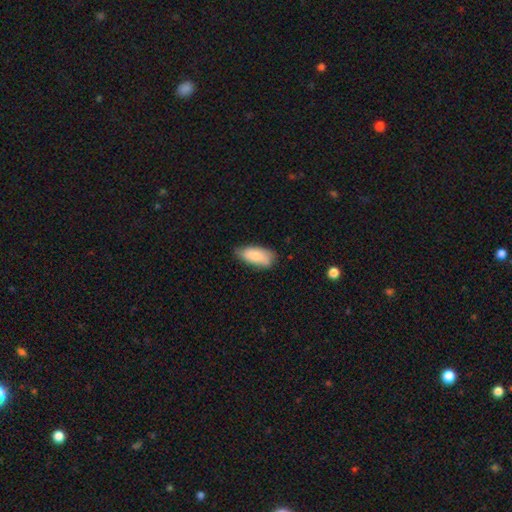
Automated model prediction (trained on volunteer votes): This is clearly a smooth galaxy (83%). How rounded: clearly in between (87%). Merging: likely none (66%).